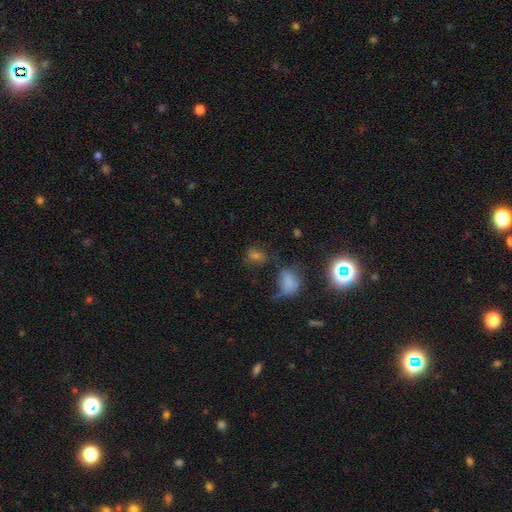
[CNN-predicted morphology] smooth_or_featured: smooth (p=0.52) [alt: star or artifact p=0.34]
how_rounded: in between (p=0.60) [alt: round p=0.37]
merging: none (p=0.54) [alt: minor disturbance p=0.20]